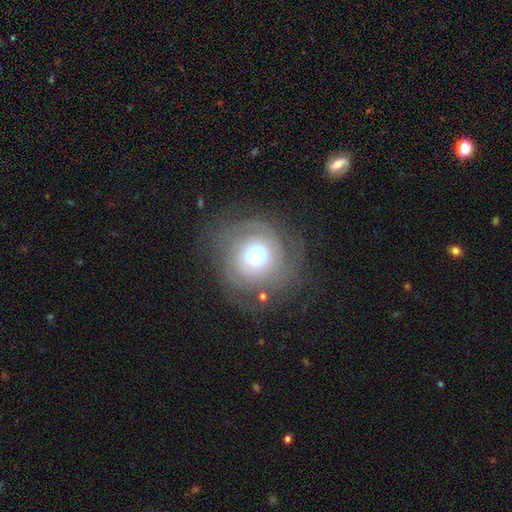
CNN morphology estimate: Smooth or featured?
  - featured or disk: 58% *
  - smooth: 31%
  - star or artifact: 11%
Edge-on disk?
  - no: 97% *
  - yes: 3%
Bar?
  - no: 78% *
  - weak: 18%
  - strong: 4%
Spiral arms?
  - yes: 75% *
  - no: 25%
Bulge size?
  - large: 43% *
  - moderate: 40%
  - dominant: 9%
  - small: 7%
  - none: 2%
Merging?
  - none: 68% *
  - minor disturbance: 16%
  - major disturbance: 13%
  - merger: 2%